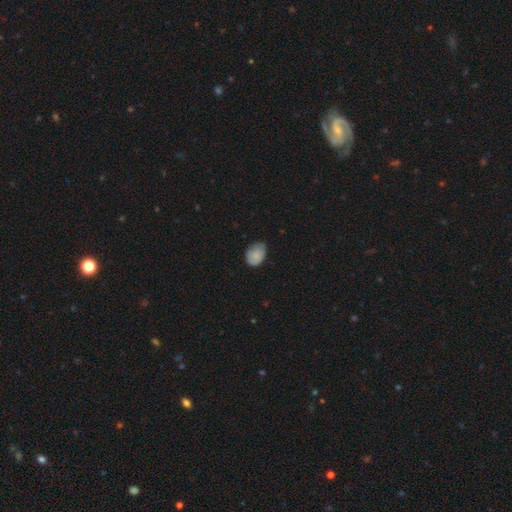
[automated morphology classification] Smooth or featured: smooth — 81% (featured or disk — 11%)
How rounded: in between — 74% (round — 25%)
Merging: none — 60% (minor disturbance — 33%)